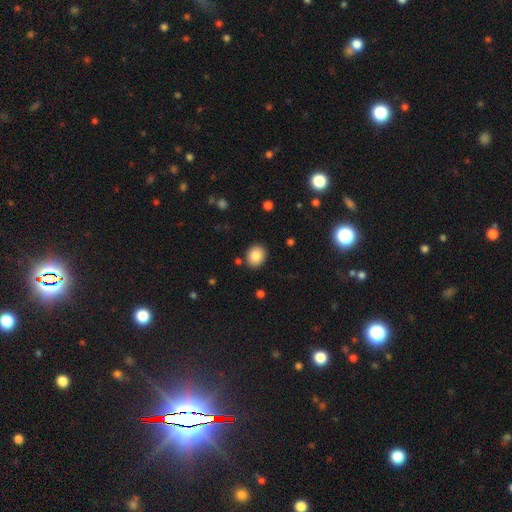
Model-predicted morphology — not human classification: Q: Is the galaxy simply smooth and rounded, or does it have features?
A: smooth — 87%.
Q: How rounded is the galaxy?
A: round — 61%.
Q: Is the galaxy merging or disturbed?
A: none — 87%.